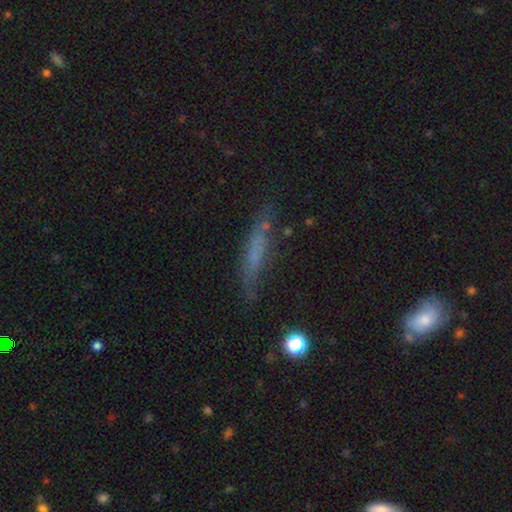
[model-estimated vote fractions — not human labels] Q: Smooth or featured?
A: smooth (53%); runner-up: featured or disk (36%)
Q: How rounded?
A: cigar-shaped (86%); runner-up: in between (11%)
Q: Merging?
A: none (69%); runner-up: minor disturbance (20%)